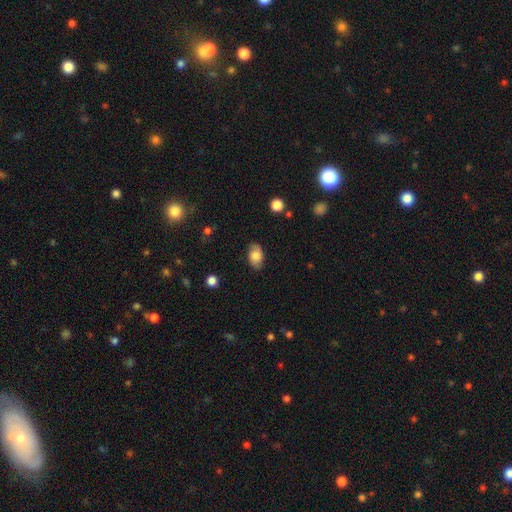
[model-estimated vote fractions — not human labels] The model was most divided on "smooth or featured": smooth: 67%, featured or disk: 24%, star or artifact: 9%. More confident: how rounded — in between (89%); merging — none (80%).